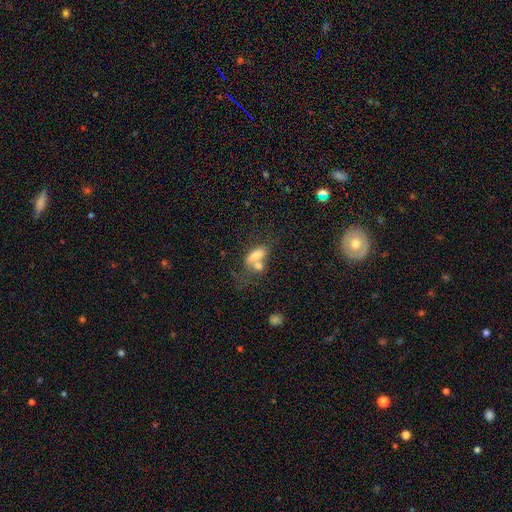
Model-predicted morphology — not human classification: Overall: smooth (66%). How rounded: in between (79%). Merging: merger (50%; none 25%).